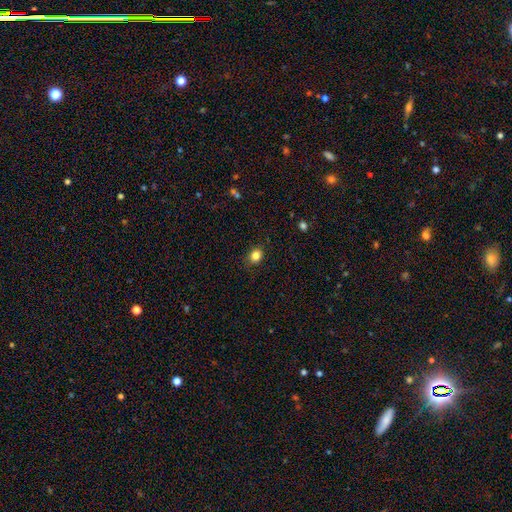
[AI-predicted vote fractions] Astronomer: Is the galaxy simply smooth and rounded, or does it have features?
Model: smooth — 84%.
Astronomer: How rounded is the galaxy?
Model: in between — 50% (runner-up: round, 49%).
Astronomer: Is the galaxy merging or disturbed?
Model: none — 85%.